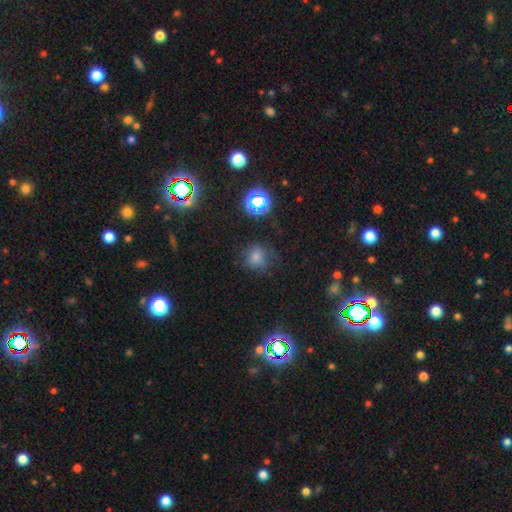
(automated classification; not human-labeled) smooth-or-featured: smooth: 60% | star or artifact: 29% | featured or disk: 11%
  how-rounded: round: 79% | in between: 20% | cigar-shaped: 1%
  merging: none: 71% | minor disturbance: 18% | major disturbance: 8% | merger: 2%